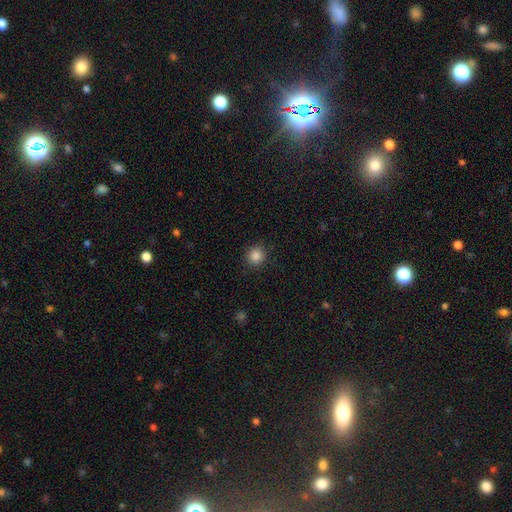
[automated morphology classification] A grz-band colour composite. It shows a smooth galaxy with no disk features (86%) that is round (91%). Merging: none (90%).